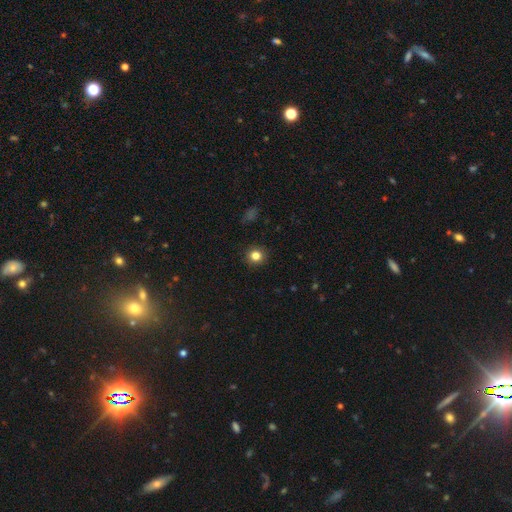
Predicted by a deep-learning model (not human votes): Q: Smooth or featured?
A: smooth (82%); runner-up: star or artifact (12%)
Q: How rounded?
A: round (89%); runner-up: in between (10%)
Q: Merging?
A: none (91%); runner-up: minor disturbance (6%)